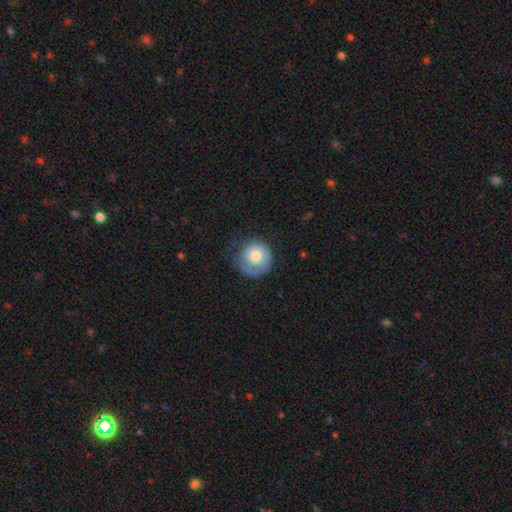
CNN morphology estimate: smooth-or-featured: smooth: 65% | featured or disk: 28% | star or artifact: 7%
  how-rounded: round: 88% | in between: 11% | cigar-shaped: 1%
  merging: none: 54% | minor disturbance: 25% | major disturbance: 19% | merger: 2%